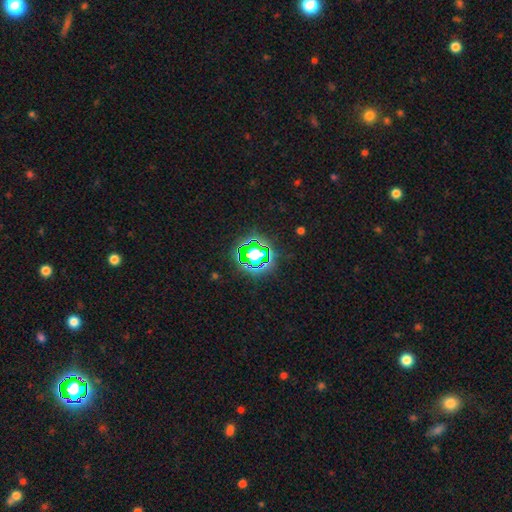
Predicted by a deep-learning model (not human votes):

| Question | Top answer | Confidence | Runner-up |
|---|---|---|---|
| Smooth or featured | star or artifact | 61% | smooth (25%) |